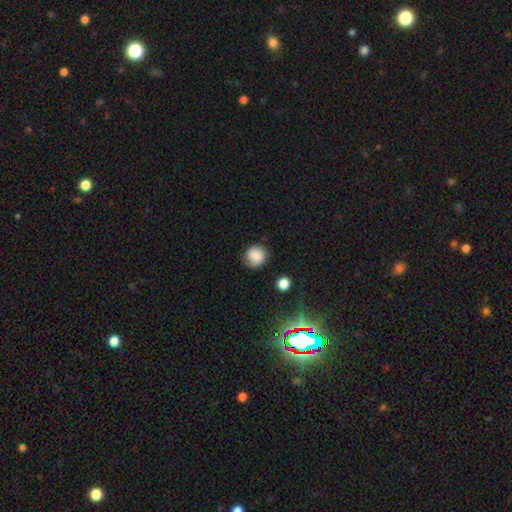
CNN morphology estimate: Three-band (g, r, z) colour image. It shows a smooth galaxy with no disk features (80%) that is round (86%). Merging: none (75%).